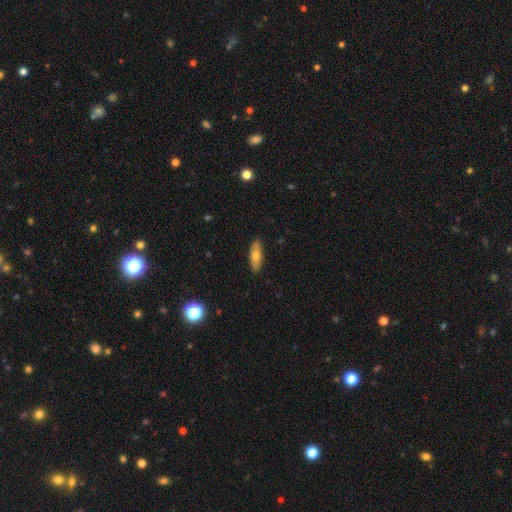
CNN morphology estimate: The model was most divided on "how rounded": in between: 63%, cigar-shaped: 34%, round: 3%. More confident: merging — none (89%); smooth or featured — smooth (68%).